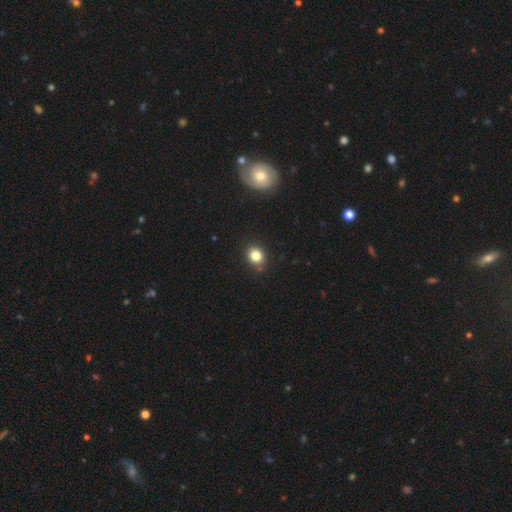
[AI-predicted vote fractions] smooth_or_featured: smooth (p=0.82) [alt: star or artifact p=0.12]
how_rounded: round (p=0.64) [alt: in between p=0.35]
merging: none (p=0.86) [alt: minor disturbance p=0.10]